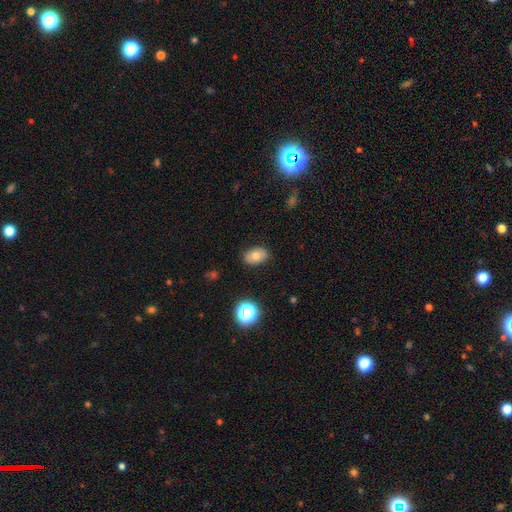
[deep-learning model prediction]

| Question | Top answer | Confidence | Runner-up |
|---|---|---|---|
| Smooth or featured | smooth | 74% | featured or disk (16%) |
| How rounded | in between | 82% | round (17%) |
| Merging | none | 84% | minor disturbance (12%) |